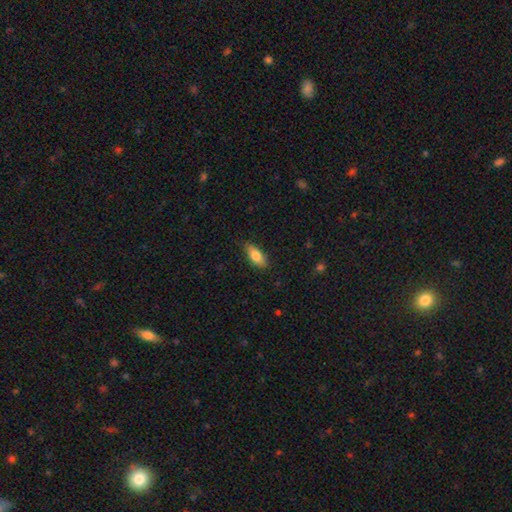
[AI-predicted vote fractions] The model was most divided on "merging": none: 81%, minor disturbance: 15%, major disturbance: 3%, merger: 1%. More confident: how rounded — in between (83%); smooth or featured — smooth (79%).